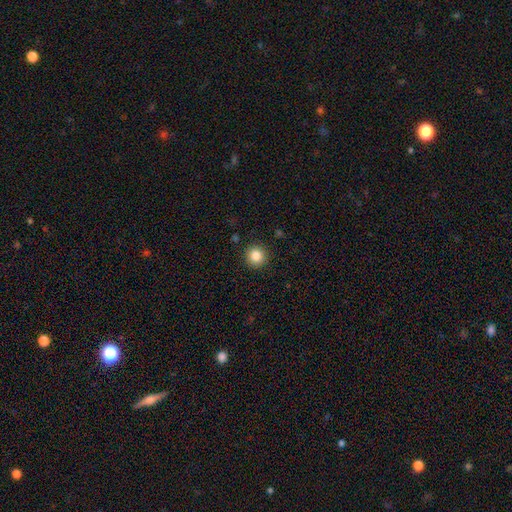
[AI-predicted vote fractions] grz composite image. It shows a smooth galaxy with no disk features (85%) that is round (95%). Merging: none (91%).